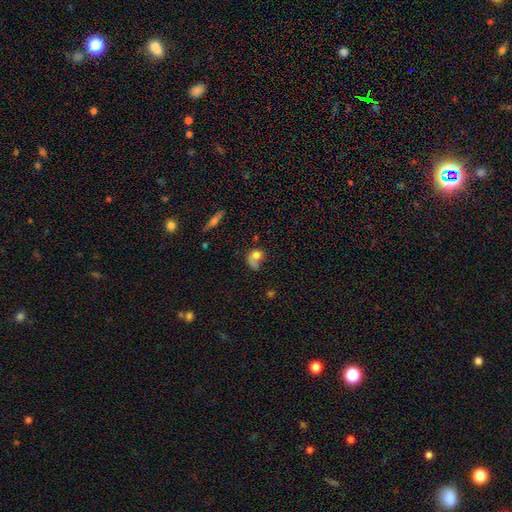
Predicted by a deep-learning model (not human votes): Smooth or featured?
  - smooth: 65% *
  - featured or disk: 24%
  - star or artifact: 11%
How rounded?
  - in between: 52% *
  - round: 45%
  - cigar-shaped: 3%
Merging?
  - major disturbance: 33% *
  - none: 30%
  - minor disturbance: 20%
  - merger: 17%